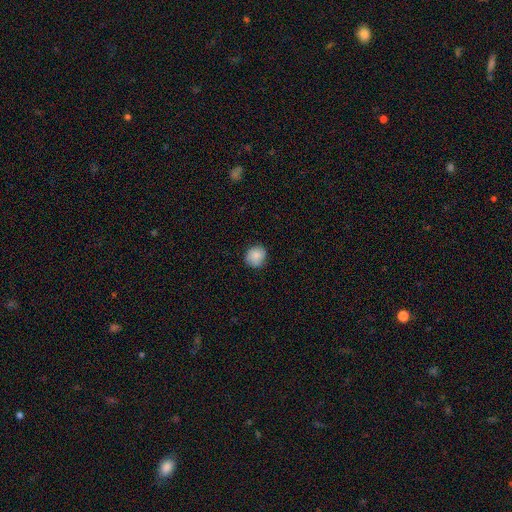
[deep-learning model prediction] Smooth or featured? smooth (85%)
How rounded? round (83%)
Merging? none (85%)